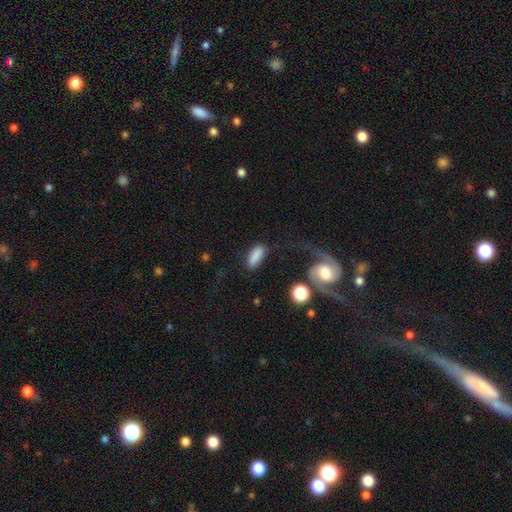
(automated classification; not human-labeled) Q: Smooth or featured?
A: smooth (85%); runner-up: featured or disk (8%)
Q: How rounded?
A: in between (74%); runner-up: cigar-shaped (22%)
Q: Merging?
A: none (73%); runner-up: minor disturbance (14%)